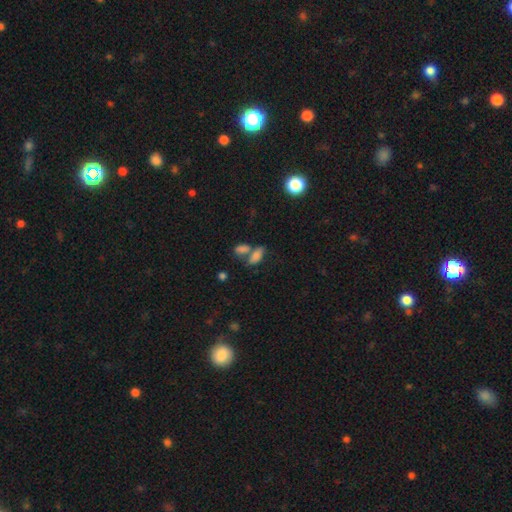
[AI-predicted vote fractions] Smooth or featured? Predicted: smooth (p=0.77). How rounded? Predicted: in between (p=0.85). Merging? Predicted: merger (p=0.50).